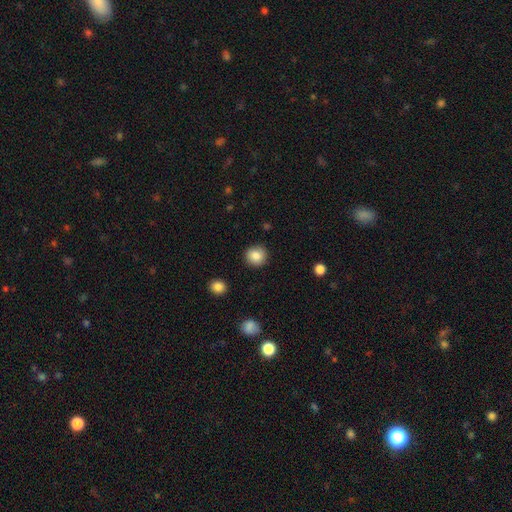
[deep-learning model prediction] This is clearly a smooth galaxy (86%). How rounded: clearly round (91%). Merging: clearly none (90%).